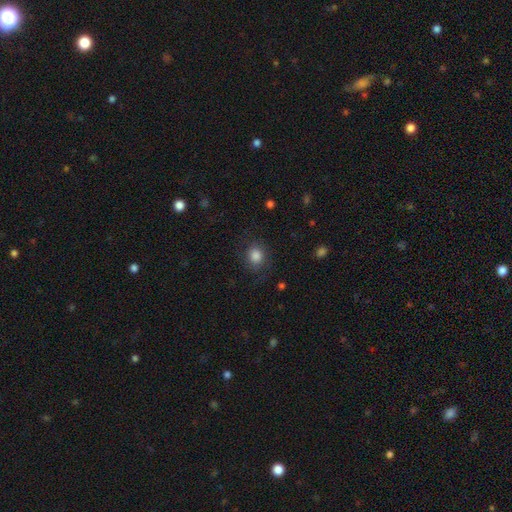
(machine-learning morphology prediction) This is clearly a smooth galaxy (81%). How rounded: likely round (70%). Merging: likely none (77%).